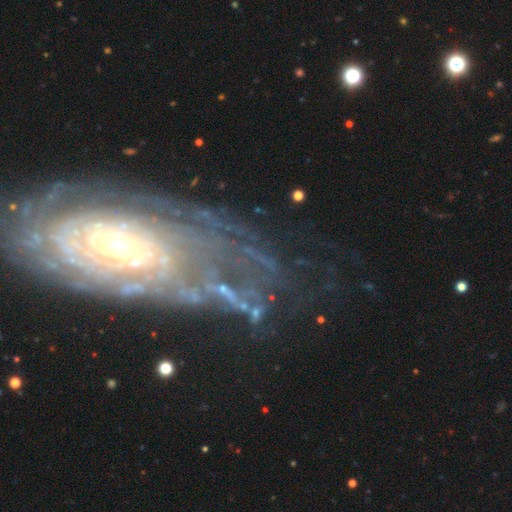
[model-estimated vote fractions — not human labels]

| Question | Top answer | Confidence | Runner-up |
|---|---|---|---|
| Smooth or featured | featured or disk | 81% | star or artifact (11%) |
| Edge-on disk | no | 93% | yes (7%) |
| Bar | no | 66% | weak (23%) |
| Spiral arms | yes | 86% | no (14%) |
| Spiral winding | tight | 73% | medium (19%) |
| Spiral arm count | can't tell | 50% | more than 4 (14%) |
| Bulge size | small | 59% | moderate (33%) |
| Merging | none | 60% | major disturbance (19%) |